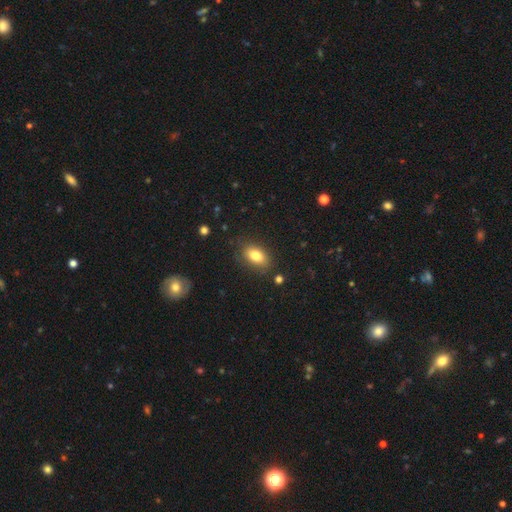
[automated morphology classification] Q: Smooth or featured?
A: smooth (80%); runner-up: featured or disk (11%)
Q: How rounded?
A: in between (89%); runner-up: round (8%)
Q: Merging?
A: none (81%); runner-up: minor disturbance (13%)